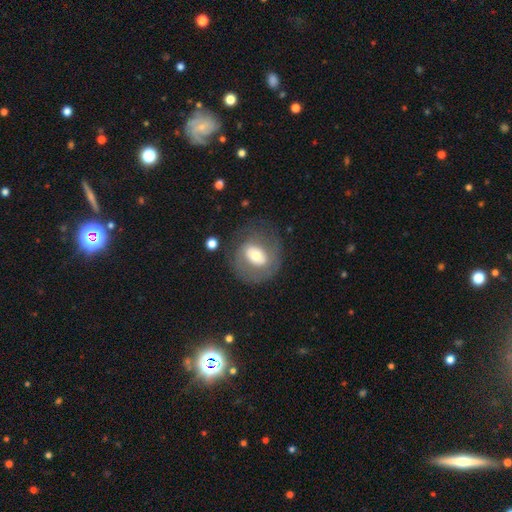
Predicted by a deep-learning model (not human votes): This appears to be a featured or disk galaxy (48%). Merging: none (65%).